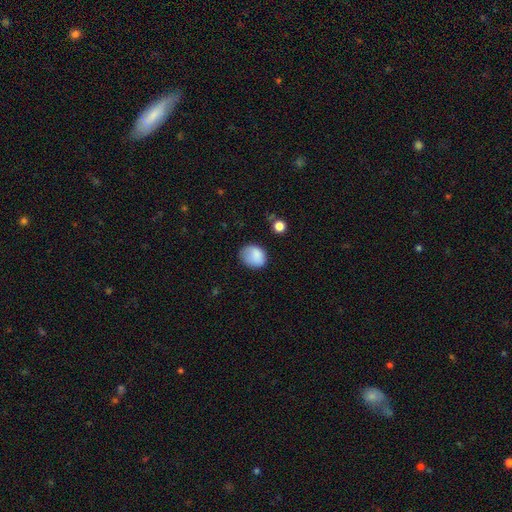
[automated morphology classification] A smooth galaxy with no disk features (84%) that is in between round and cigar-shaped (51%).

Vote fractions:
- Smooth or featured? smooth: 84% / star or artifact: 9% / featured or disk: 7%
- How rounded? in between: 51% / round: 48% / cigar-shaped: 1%
- Merging? none: 64% / minor disturbance: 26% / major disturbance: 8% / merger: 2%